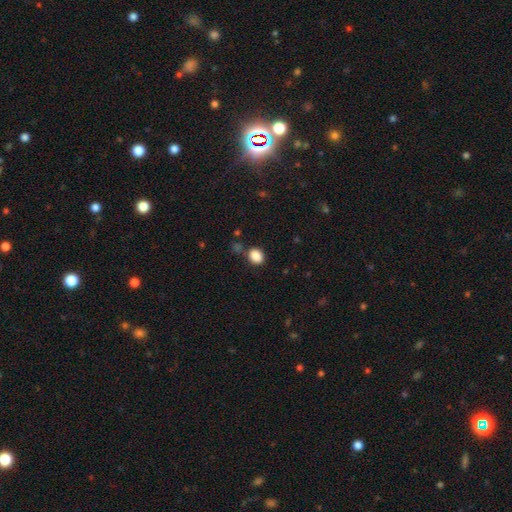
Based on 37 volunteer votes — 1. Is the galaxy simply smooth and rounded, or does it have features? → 92% smooth, 5% featured or disk, 3% star or artifact.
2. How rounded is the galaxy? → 56% round, 44% in between, 0% cigar-shaped.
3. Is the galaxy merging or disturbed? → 69% none, 17% minor disturbance, 8% merger, 6% major disturbance.